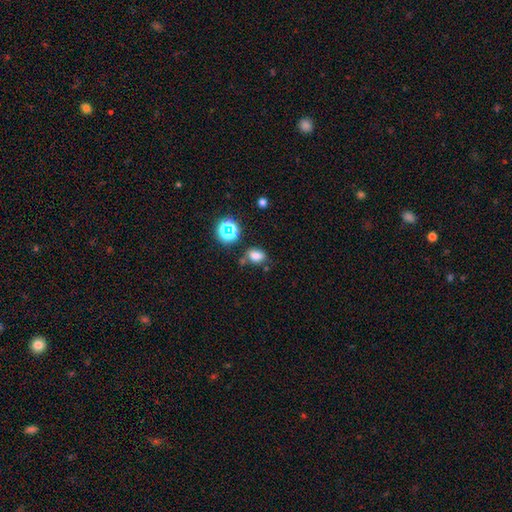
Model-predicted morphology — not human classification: smooth_or_featured: smooth (p=0.73) [alt: star or artifact p=0.18]
how_rounded: in between (p=0.72) [alt: round p=0.27]
merging: none (p=0.62) [alt: minor disturbance p=0.21]